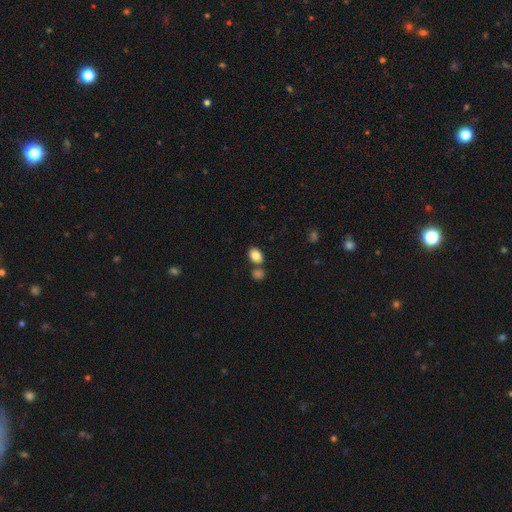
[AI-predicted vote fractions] A smooth galaxy with no disk features (85%) that is in between round and cigar-shaped (76%). Merging: none (63%).